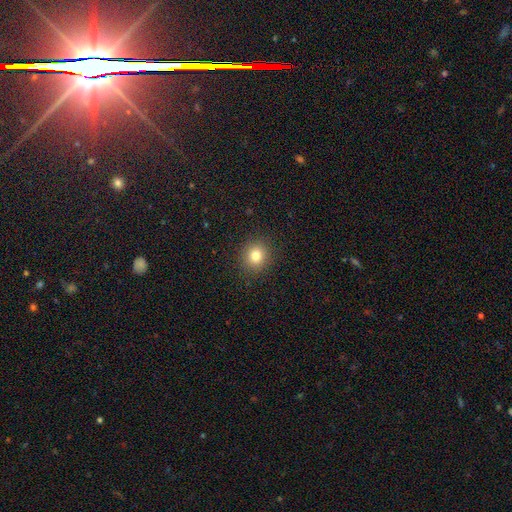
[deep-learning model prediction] Q: Smooth or featured?
A: smooth (80%); runner-up: star or artifact (13%)
Q: How rounded?
A: round (85%); runner-up: in between (14%)
Q: Merging?
A: none (91%); runner-up: minor disturbance (6%)